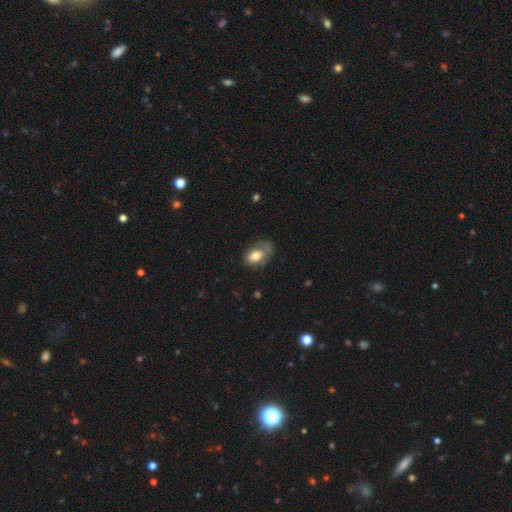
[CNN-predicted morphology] This appears to be a smooth galaxy with no disk features (72%) that is in between round and cigar-shaped (85%). Merging: none (41%).